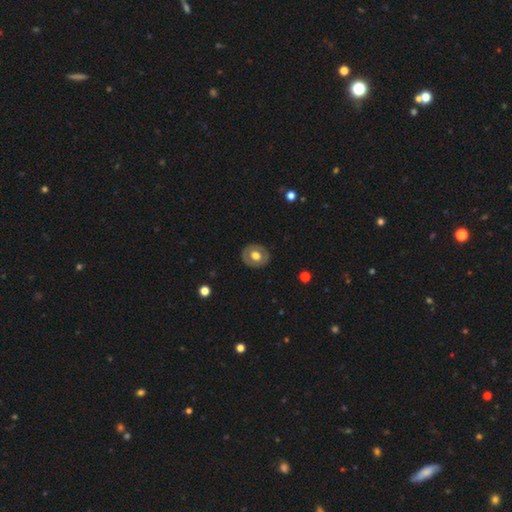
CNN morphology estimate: Smooth or featured? smooth (48%)
Merging? none (86%)